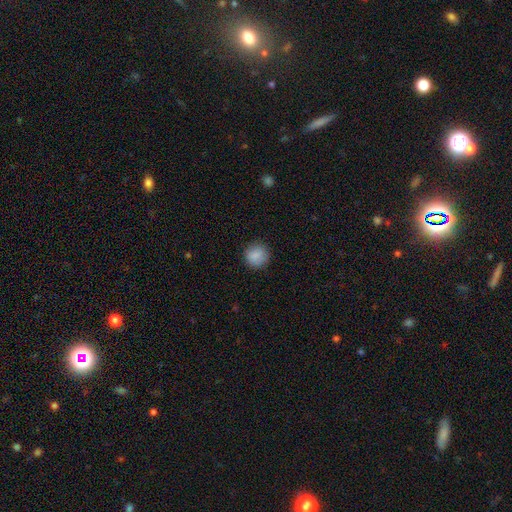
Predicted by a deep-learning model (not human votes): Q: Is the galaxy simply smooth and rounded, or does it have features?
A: smooth — 87%.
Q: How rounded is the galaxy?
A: round — 92%.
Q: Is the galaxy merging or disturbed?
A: none — 87%.